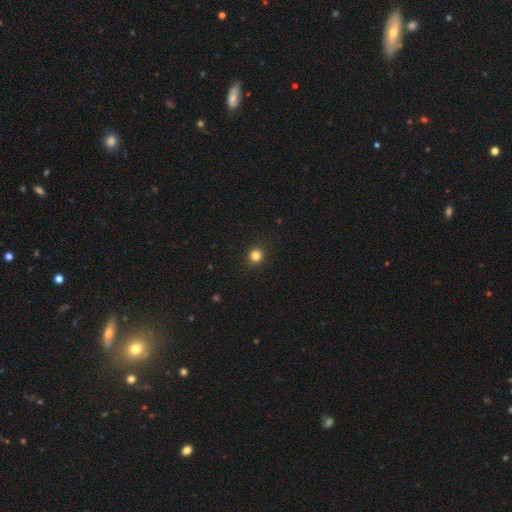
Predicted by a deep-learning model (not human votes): Smooth or featured? Predicted: smooth (p=0.83). How rounded? Predicted: round (p=0.91). Merging? Predicted: none (p=0.92).